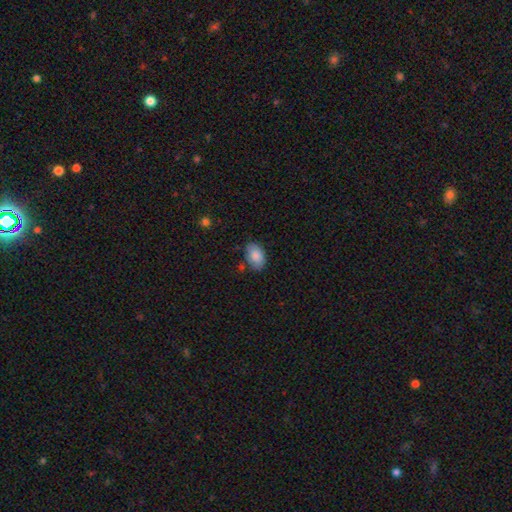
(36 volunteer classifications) Overall: smooth (92%). How rounded: in between (97%). Merging: none (71%).